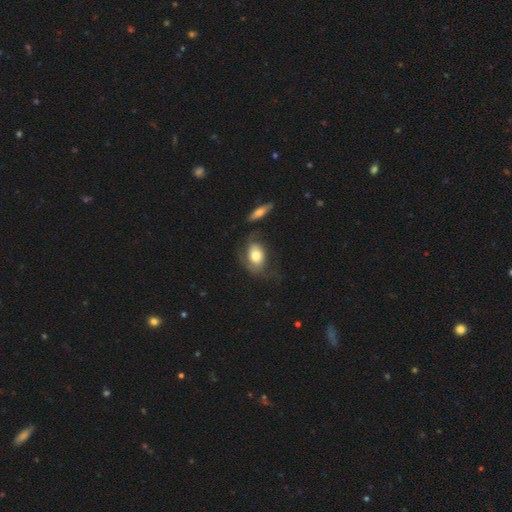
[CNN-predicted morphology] A smooth galaxy with no disk features (63%) that is in between round and cigar-shaped (78%). Merging: none (40%).